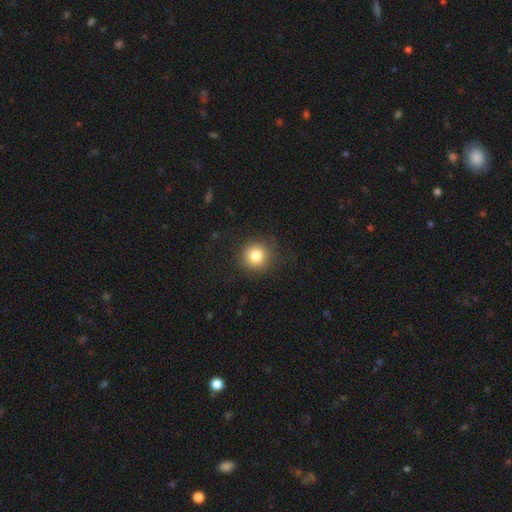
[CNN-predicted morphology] A smooth galaxy with no disk features (82%) that is round (93%). Merging: none (88%).